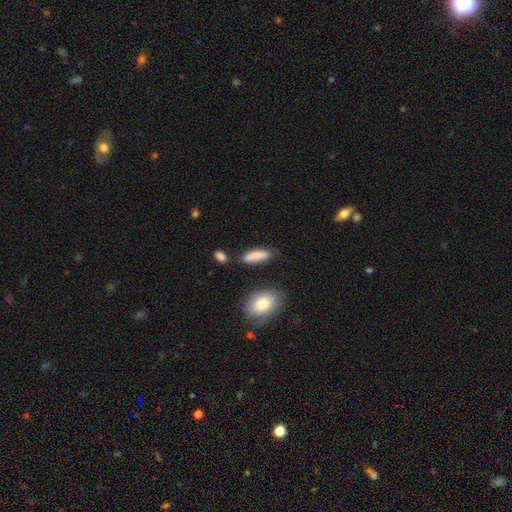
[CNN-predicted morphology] A smooth galaxy with no disk features (86%) that is in between round and cigar-shaped (54%).

Vote fractions:
- Smooth or featured? smooth: 86% / featured or disk: 7% / star or artifact: 7%
- How rounded? in between: 54% / cigar-shaped: 44% / round: 3%
- Merging? none: 72% / minor disturbance: 18% / merger: 6% / major disturbance: 4%